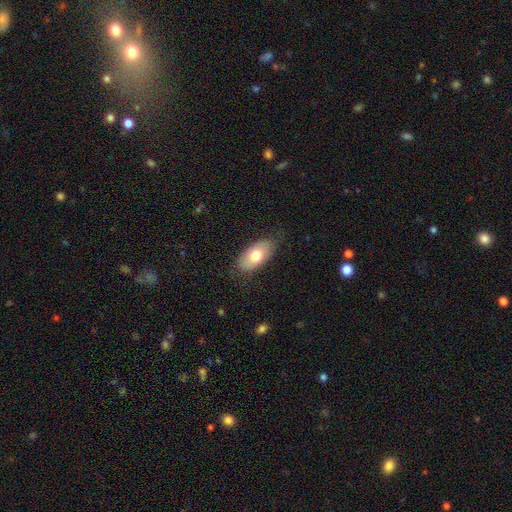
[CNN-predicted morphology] Smooth or featured?
  - smooth: 70% *
  - featured or disk: 24%
  - star or artifact: 7%
How rounded?
  - in between: 93% *
  - round: 4%
  - cigar-shaped: 3%
Merging?
  - none: 77% *
  - minor disturbance: 17%
  - major disturbance: 4%
  - merger: 1%